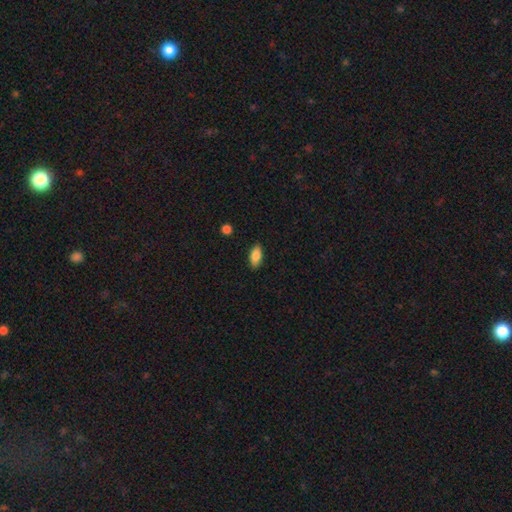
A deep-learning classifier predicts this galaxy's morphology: Smooth or featured?
  - smooth: 85% *
  - featured or disk: 8%
  - star or artifact: 7%
How rounded?
  - in between: 88% *
  - cigar-shaped: 9%
  - round: 3%
Merging?
  - none: 88% *
  - minor disturbance: 9%
  - major disturbance: 2%
  - merger: 1%